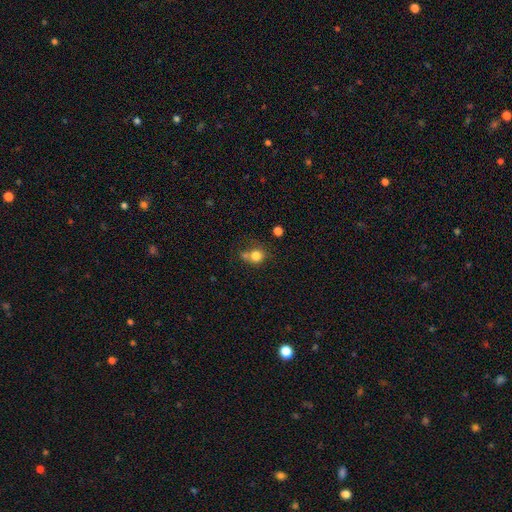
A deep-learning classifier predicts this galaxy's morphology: This appears to be a smooth galaxy with no disk features (80%) that is round (82%). Merging: none (50%).